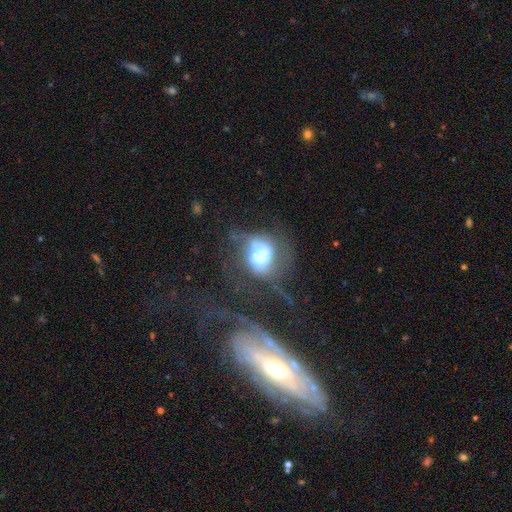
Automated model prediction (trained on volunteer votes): Smooth or featured?
  - featured or disk: 52% *
  - smooth: 35%
  - star or artifact: 13%
Edge-on disk?
  - no: 97% *
  - yes: 3%
Bar?
  - no: 68% *
  - weak: 21%
  - strong: 11%
Spiral arms?
  - no: 58% *
  - yes: 42%
Bulge size?
  - large: 38% *
  - moderate: 23%
  - dominant: 21%
  - none: 10%
  - small: 9%
Merging?
  - major disturbance: 38% *
  - merger: 25%
  - none: 21%
  - minor disturbance: 15%